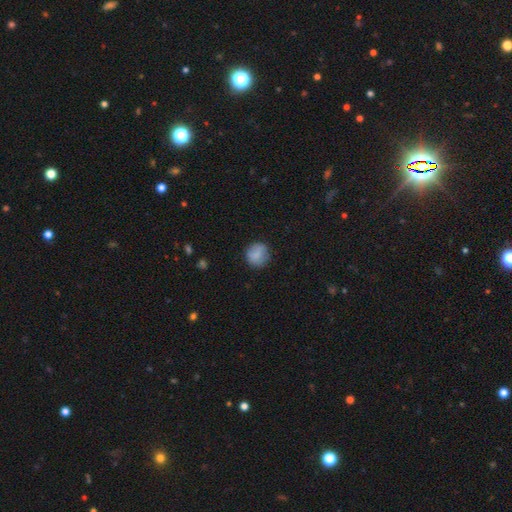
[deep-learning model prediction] Smooth or featured?
  - smooth: 82% *
  - featured or disk: 10%
  - star or artifact: 8%
How rounded?
  - round: 87% *
  - in between: 11%
  - cigar-shaped: 1%
Merging?
  - none: 80% *
  - minor disturbance: 15%
  - major disturbance: 4%
  - merger: 1%